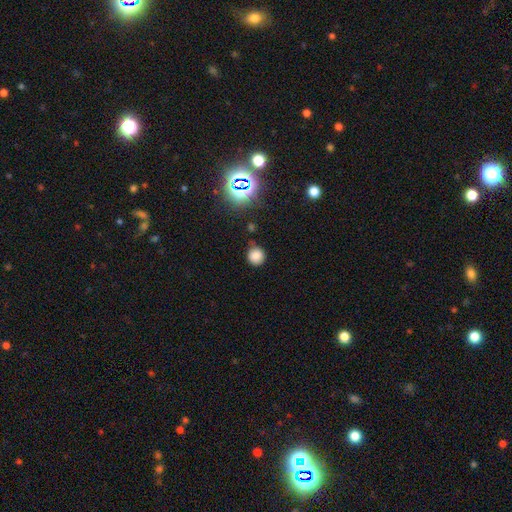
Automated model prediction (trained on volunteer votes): smooth 78%, star or artifact 16%, featured or disk 6%. Down the decision tree: how rounded — round (87%); merging — none (77%).